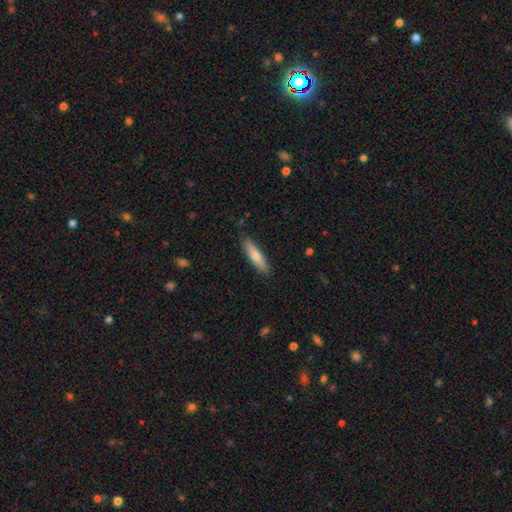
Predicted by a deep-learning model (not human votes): smooth_or_featured: smooth (p=0.77) [alt: featured or disk p=0.17]
how_rounded: cigar-shaped (p=0.78) [alt: in between p=0.21]
merging: none (p=0.87) [alt: minor disturbance p=0.10]